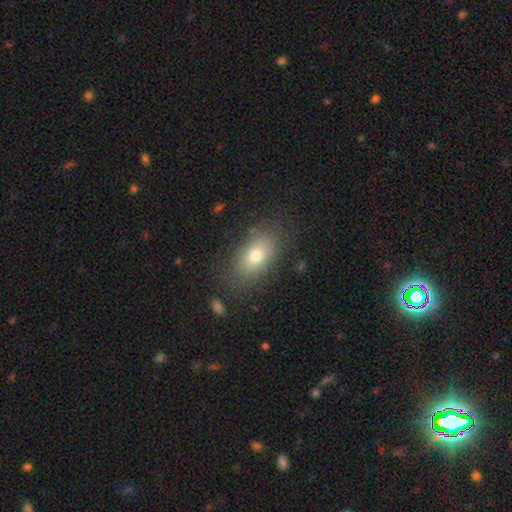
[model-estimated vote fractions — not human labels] Smooth or featured? Predicted: smooth (p=0.75). How rounded? Predicted: in between (p=0.85). Merging? Predicted: none (p=0.81).